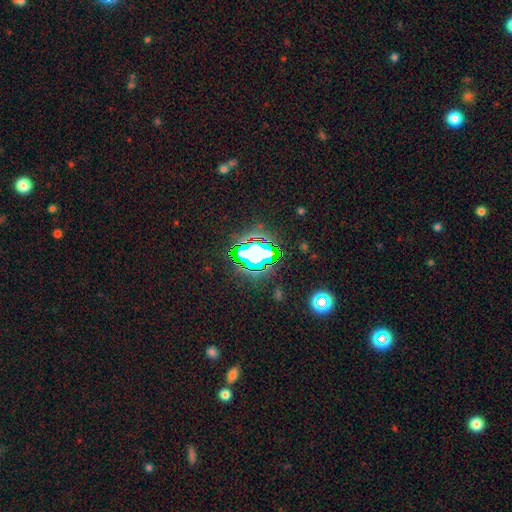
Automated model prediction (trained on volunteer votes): The model was most divided on "smooth or featured": star or artifact: 62%, smooth: 24%, featured or disk: 14%.